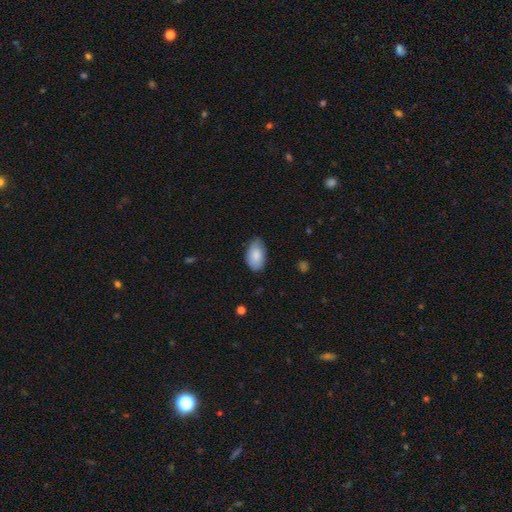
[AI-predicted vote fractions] This is clearly a smooth galaxy (84%). How rounded: clearly in between (94%). Merging: likely none (72%).